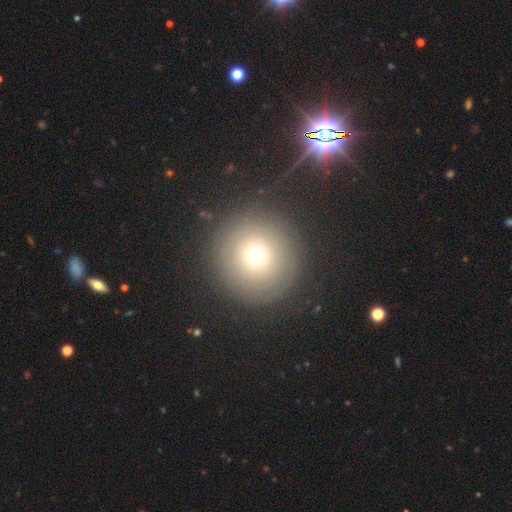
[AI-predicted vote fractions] This appears to be a smooth galaxy with no disk features (66%) that is round (96%). Merging: none (87%).